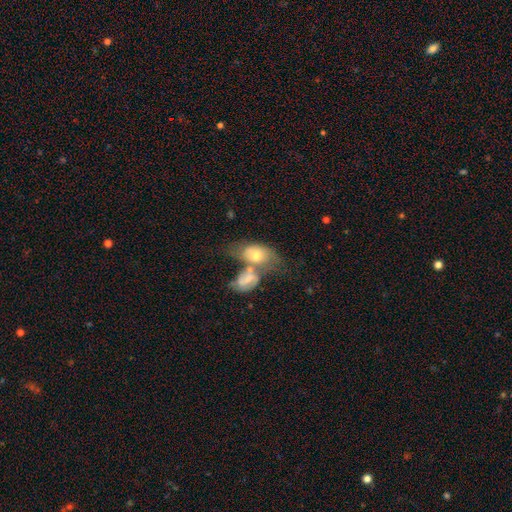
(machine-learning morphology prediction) featured or disk 43%, smooth 40%, star or artifact 17%. Down the decision tree: merging — merger (54%).